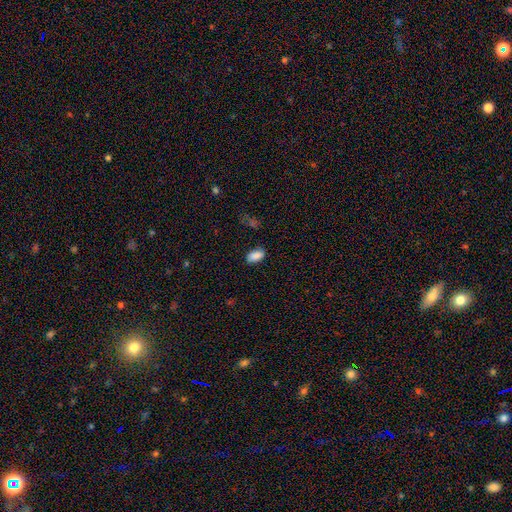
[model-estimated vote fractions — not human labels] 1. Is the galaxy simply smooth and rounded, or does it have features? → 87% smooth, 8% star or artifact, 4% featured or disk.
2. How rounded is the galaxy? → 93% in between, 4% round, 2% cigar-shaped.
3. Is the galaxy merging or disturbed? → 80% none, 15% minor disturbance, 3% major disturbance, 2% merger.